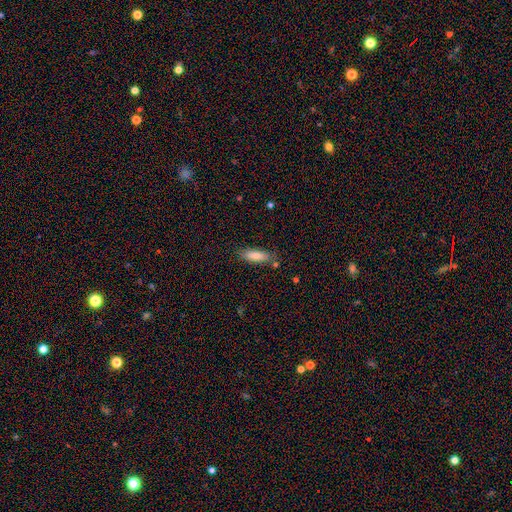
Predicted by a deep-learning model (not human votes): Smooth or featured? smooth (80%)
How rounded? in between (53%)
Merging? none (79%)